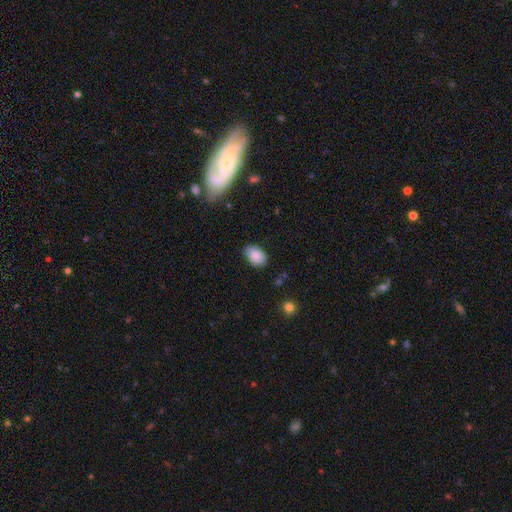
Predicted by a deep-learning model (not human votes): smooth_or_featured: smooth (p=0.87) [alt: star or artifact p=0.08]
how_rounded: in between (p=0.88) [alt: round p=0.11]
merging: none (p=0.82) [alt: minor disturbance p=0.14]